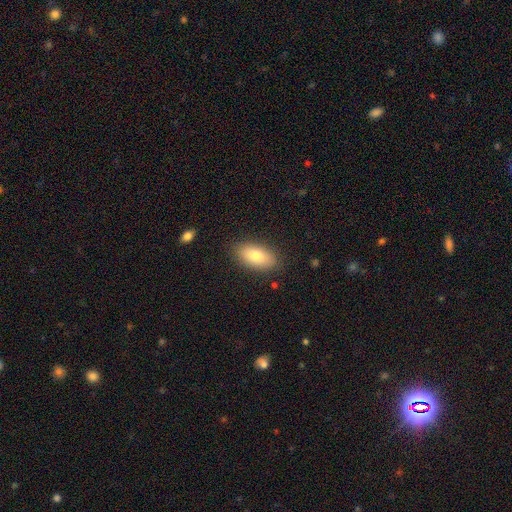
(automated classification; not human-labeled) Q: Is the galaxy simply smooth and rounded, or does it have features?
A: smooth — 78%.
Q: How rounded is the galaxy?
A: in between — 91%.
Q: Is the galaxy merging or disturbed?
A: none — 85%.